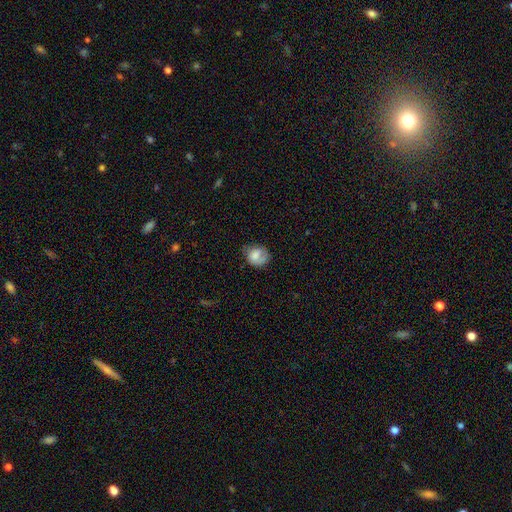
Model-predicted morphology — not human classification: This appears to be a smooth galaxy with no disk features (74%) that is round (62%). Merging: none (51%).